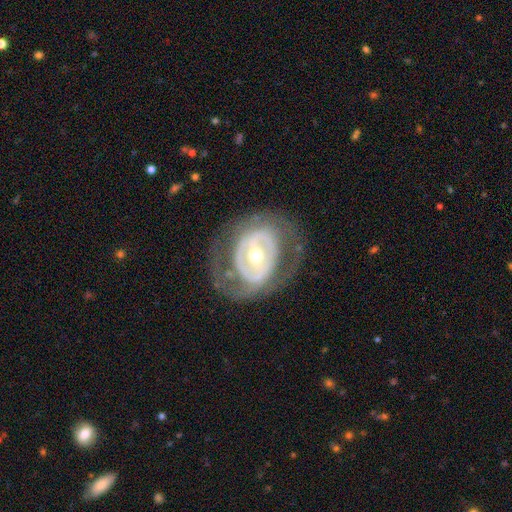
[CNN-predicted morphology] Overall: featured or disk (80%). Edge-on disk: no (95%). Bar: no (38%; weak 33%). Spiral arms: yes (55%; no 45%). Bulge size: moderate (57%; small 38%). Merging: none (66%).